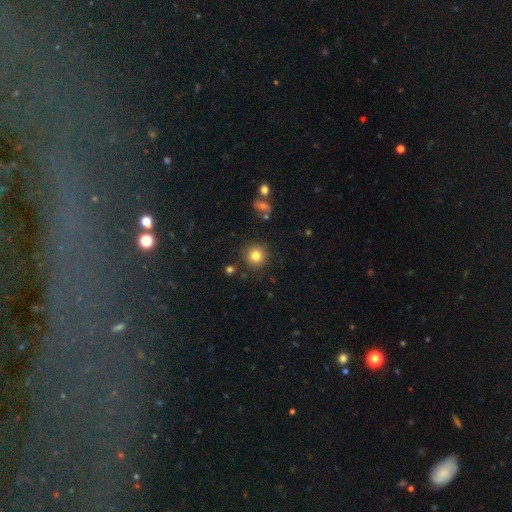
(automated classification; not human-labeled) This is clearly a smooth galaxy (81%). How rounded: clearly round (94%). Merging: clearly none (88%).